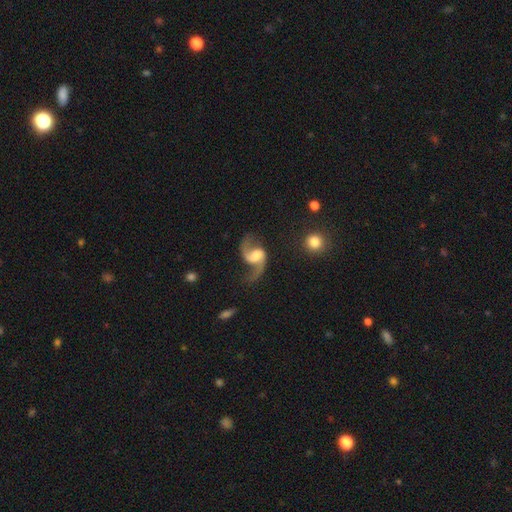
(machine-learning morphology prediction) This appears to be a featured or disk galaxy (89%) with a weak bar (50%), 2 (91%) loose (71%) spiral arms (97%) and a moderate central bulge (44%). Merging: none (63%).